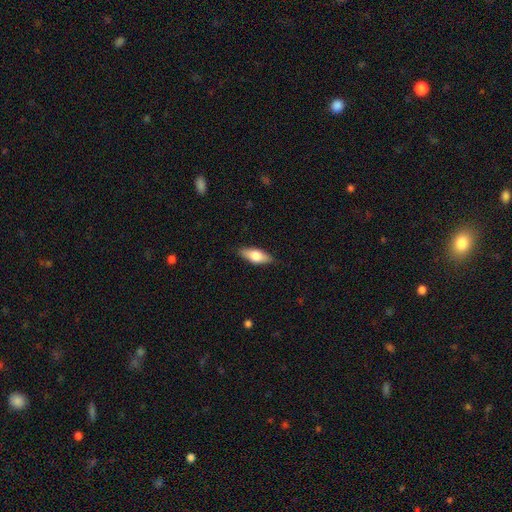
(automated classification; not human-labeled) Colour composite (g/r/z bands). It shows a smooth galaxy with no disk features (66%) that is in between round and cigar-shaped (73%). Merging: none (86%).